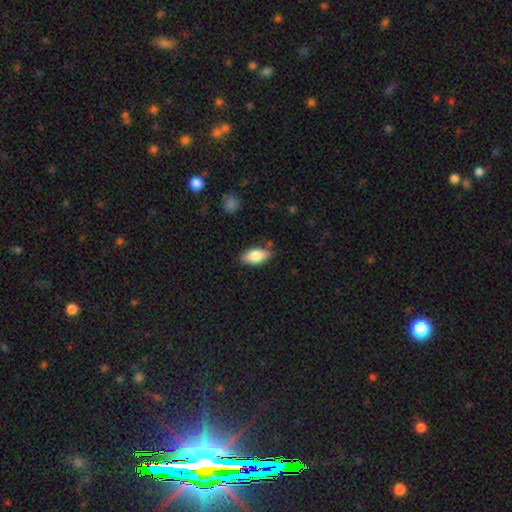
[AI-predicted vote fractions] A smooth galaxy with no disk features (81%) that is in between round and cigar-shaped (90%). Merging: none (80%).